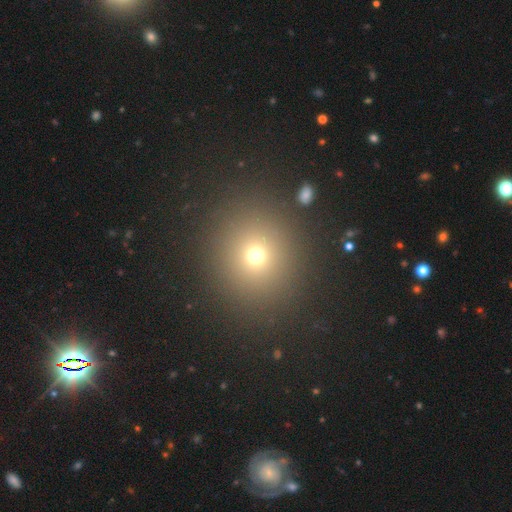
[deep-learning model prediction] smooth 69%, star or artifact 22%, featured or disk 9%. Down the decision tree: how rounded — round (89%); merging — none (87%).